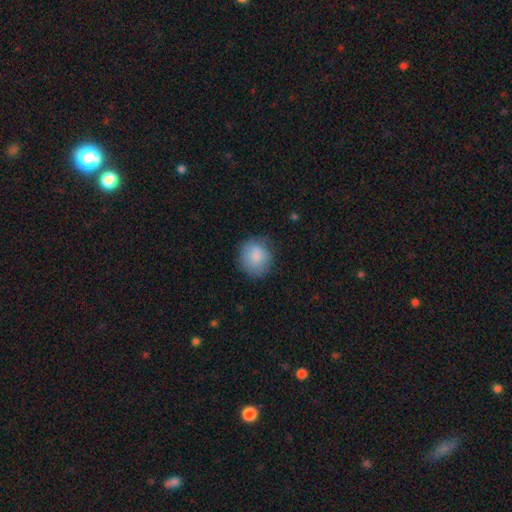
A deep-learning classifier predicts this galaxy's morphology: smooth-or-featured: smooth: 84% | featured or disk: 8% | star or artifact: 7%
  how-rounded: round: 77% | in between: 22% | cigar-shaped: 1%
  merging: none: 74% | minor disturbance: 19% | major disturbance: 6% | merger: 1%